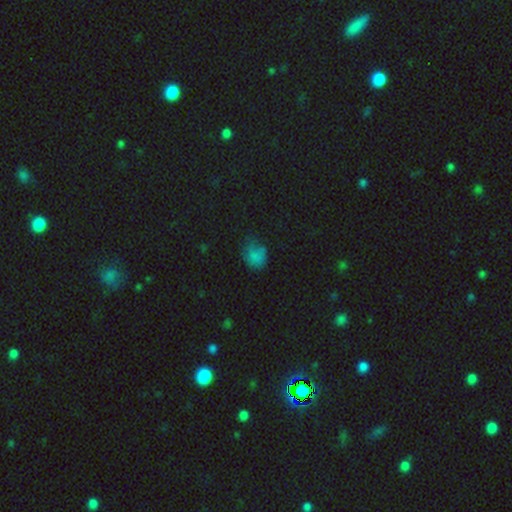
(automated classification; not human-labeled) smooth 66%, featured or disk 17%, star or artifact 17%. Down the decision tree: how rounded — round (60%); merging — none (43%).